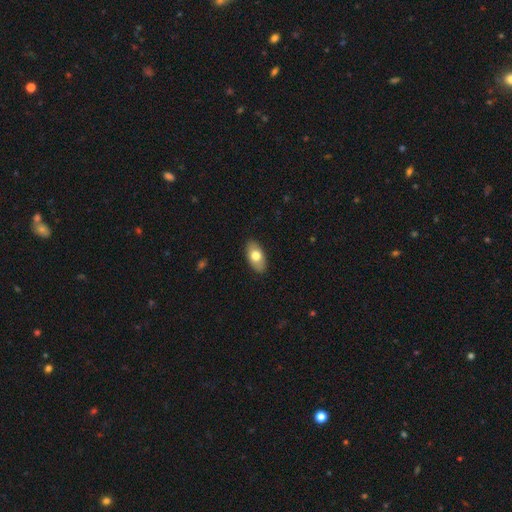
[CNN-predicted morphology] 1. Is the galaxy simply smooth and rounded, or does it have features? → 72% smooth, 22% featured or disk, 6% star or artifact.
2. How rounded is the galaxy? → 93% in between, 4% round, 3% cigar-shaped.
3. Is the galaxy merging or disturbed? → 88% none, 9% minor disturbance, 2% major disturbance, 1% merger.